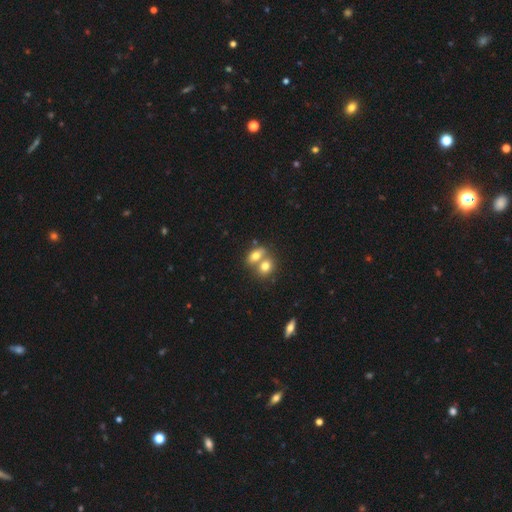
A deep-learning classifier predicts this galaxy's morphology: A smooth galaxy with no disk features (74%) that is in between round and cigar-shaped (72%).

Vote fractions:
- Smooth or featured? smooth: 74% / featured or disk: 16% / star or artifact: 9%
- How rounded? in between: 72% / round: 25% / cigar-shaped: 4%
- Merging? merger: 63% / none: 28% / minor disturbance: 7% / major disturbance: 3%